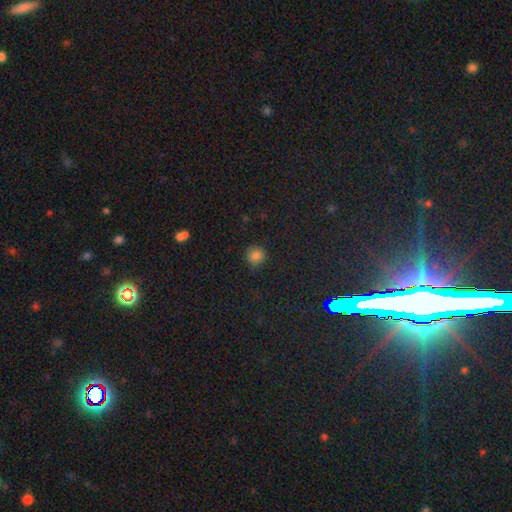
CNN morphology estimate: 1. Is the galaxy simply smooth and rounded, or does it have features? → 81% smooth, 14% star or artifact, 5% featured or disk.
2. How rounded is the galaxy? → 91% round, 8% in between, 1% cigar-shaped.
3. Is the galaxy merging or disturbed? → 84% none, 12% minor disturbance, 3% major disturbance, 1% merger.